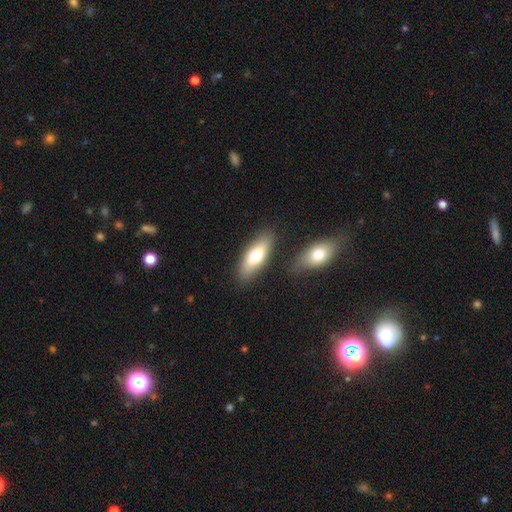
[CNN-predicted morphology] This appears to be a smooth galaxy with no disk features (71%) that is in between round and cigar-shaped (68%). Merging: none (81%).